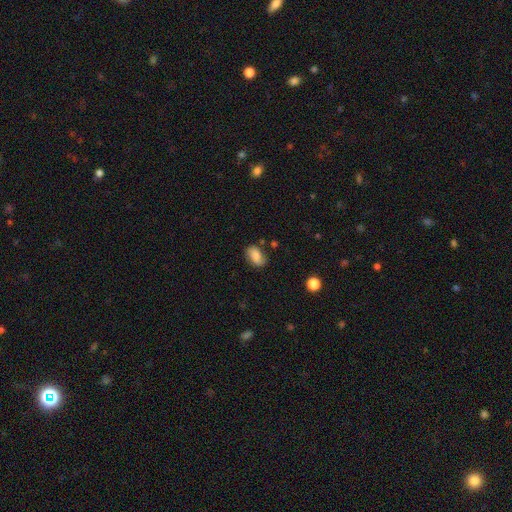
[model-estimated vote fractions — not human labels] Morphology: type=smooth (69%); roundness=in between (86%); merging=none (68%).